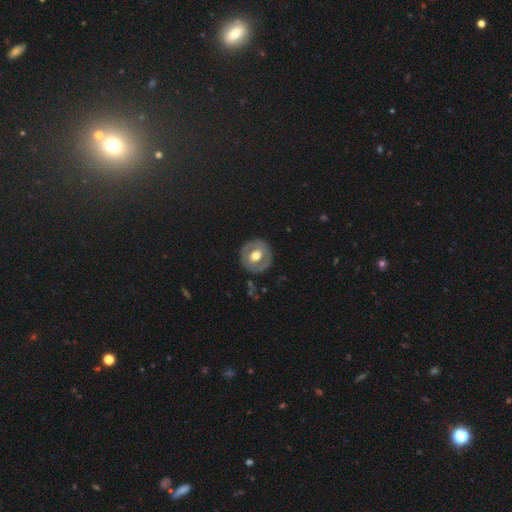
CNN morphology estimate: A featured or disk galaxy (53%) with no bar (48%), no spiral arms (79%) and a moderate central bulge (70%).

Vote fractions:
- Smooth or featured? featured or disk: 53% / smooth: 41% / star or artifact: 6%
- Edge-on disk? no: 94% / yes: 6%
- Bar? no: 48% / weak: 36% / strong: 16%
- Spiral arms? no: 79% / yes: 21%
- Bulge size? moderate: 70% / large: 22% / small: 6% / dominant: 1% / none: 1%
- Merging? none: 84% / minor disturbance: 11% / major disturbance: 4% / merger: 1%